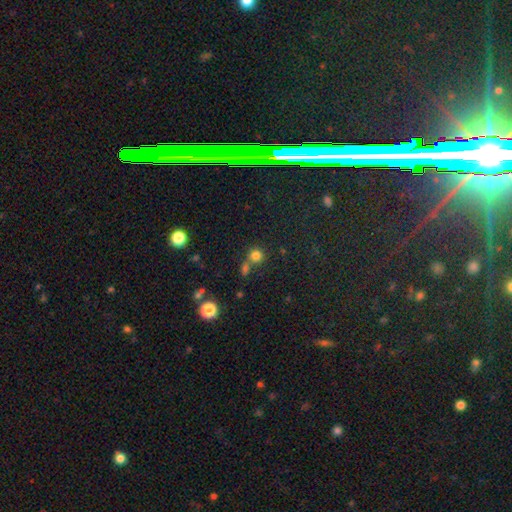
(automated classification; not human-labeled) Smooth or featured: smooth — 77% (star or artifact — 17%)
How rounded: round — 89% (in between — 10%)
Merging: none — 60% (merger — 27%)